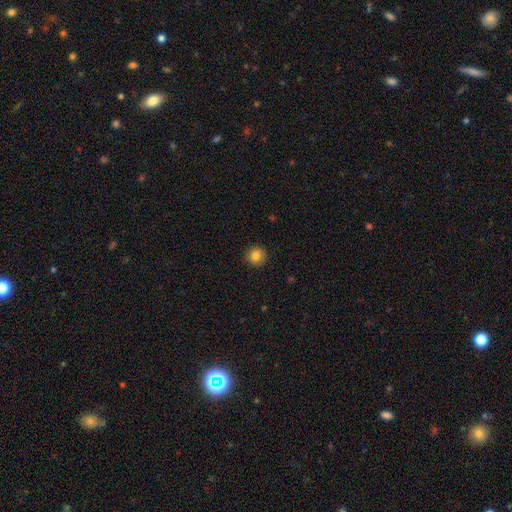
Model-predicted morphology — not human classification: This appears to be a smooth galaxy with no disk features (83%) that is round (91%). Merging: none (90%).